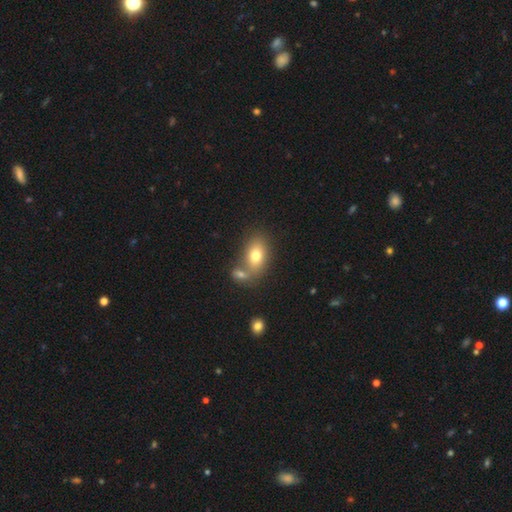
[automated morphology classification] Overall: smooth (75%). How rounded: in between (81%). Merging: none (45%; merger 39%).